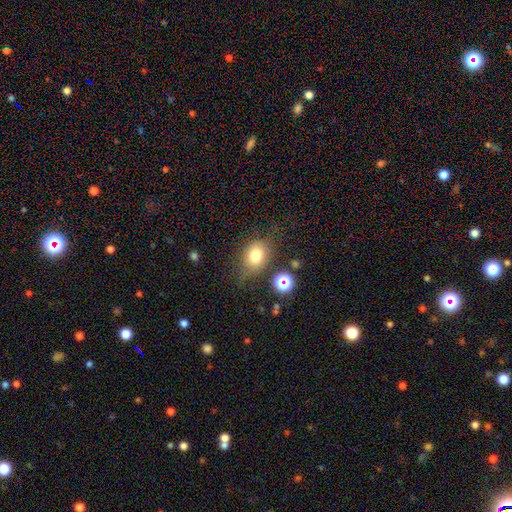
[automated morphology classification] A smooth galaxy with no disk features (74%) that is in between round and cigar-shaped (54%). Merging: none (66%).